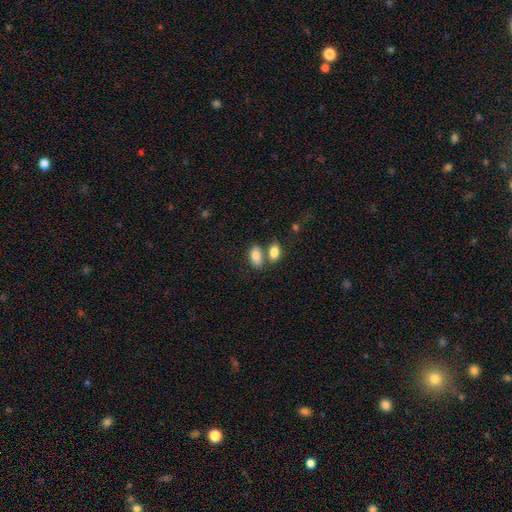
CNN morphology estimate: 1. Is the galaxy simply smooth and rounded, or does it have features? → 84% smooth, 8% featured or disk, 7% star or artifact.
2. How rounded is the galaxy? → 91% in between, 6% round, 3% cigar-shaped.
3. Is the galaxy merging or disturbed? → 46% none, 40% merger, 10% minor disturbance, 4% major disturbance.